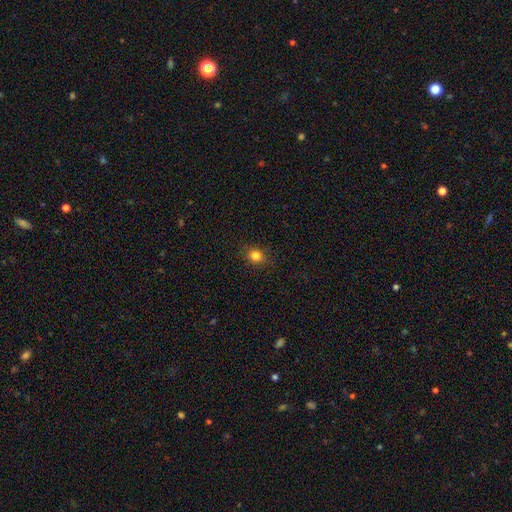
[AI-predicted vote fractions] Smooth or featured: smooth — 82% (star or artifact — 13%)
How rounded: round — 72% (in between — 27%)
Merging: none — 87% (minor disturbance — 9%)